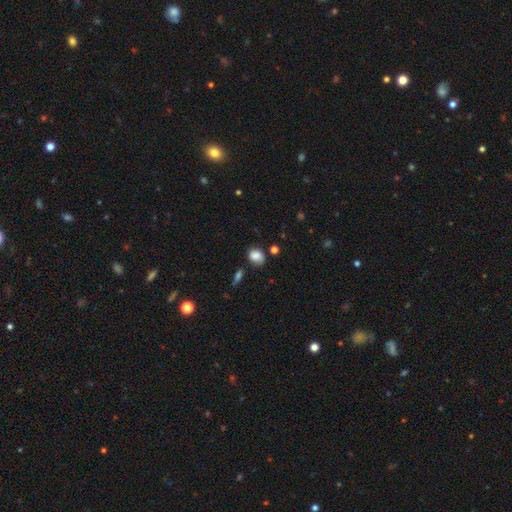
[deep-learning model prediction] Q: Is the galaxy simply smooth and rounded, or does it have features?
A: smooth — 81%.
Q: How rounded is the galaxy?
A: in between — 50%.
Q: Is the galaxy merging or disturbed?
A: none — 62%.